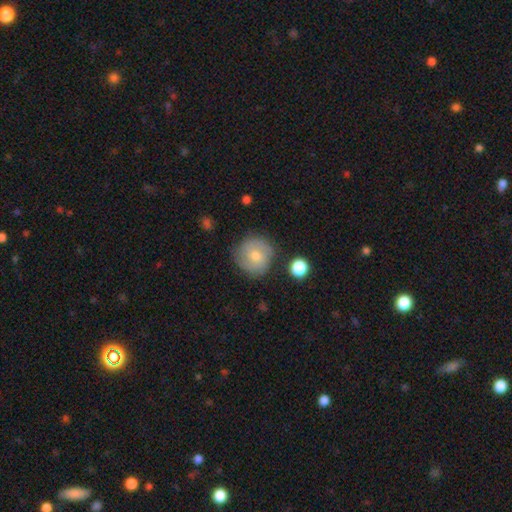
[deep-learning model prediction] This is possibly a smooth galaxy (54%). How rounded: clearly round (91%). Merging: likely none (73%).